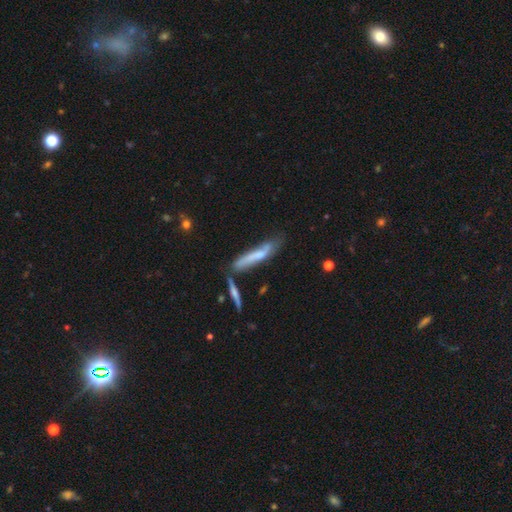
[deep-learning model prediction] The model was most divided on "smooth or featured": smooth: 51%, featured or disk: 42%, star or artifact: 7%. Remaining: how rounded — cigar-shaped (87%); merging — none (47%).